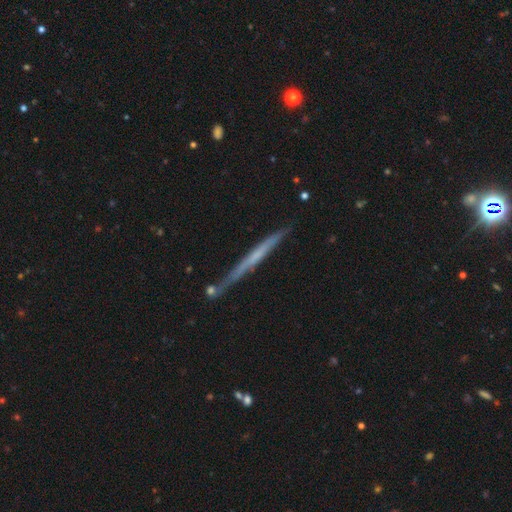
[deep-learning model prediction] featured or disk 59%, smooth 35%, star or artifact 6%. Down the decision tree: edge-on disk — yes (96%); edge-on bulge — none (82%); merging — none (79%).